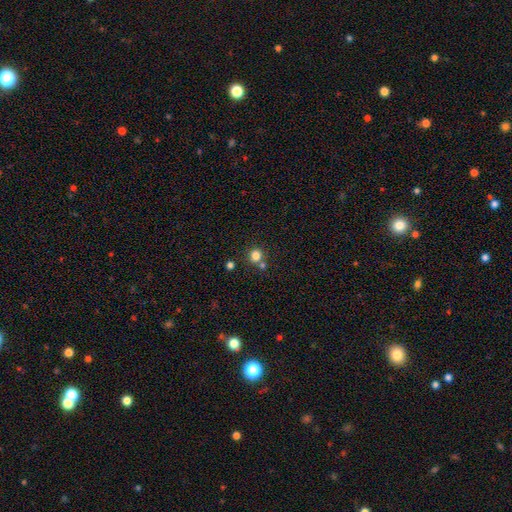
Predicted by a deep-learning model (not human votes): The model was most divided on "merging": none: 68%, merger: 21%, minor disturbance: 8%, major disturbance: 3%. More confident: how rounded — round (89%); smooth or featured — smooth (80%).